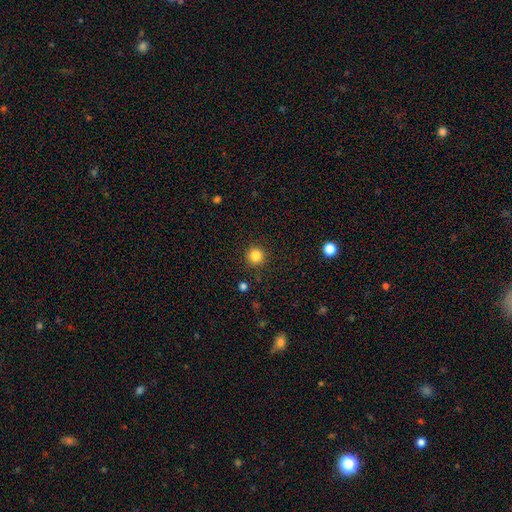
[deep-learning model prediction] Smooth or featured?
  - smooth: 84% *
  - star or artifact: 12%
  - featured or disk: 4%
How rounded?
  - round: 95% *
  - in between: 4%
  - cigar-shaped: 1%
Merging?
  - none: 91% *
  - minor disturbance: 6%
  - major disturbance: 2%
  - merger: 1%